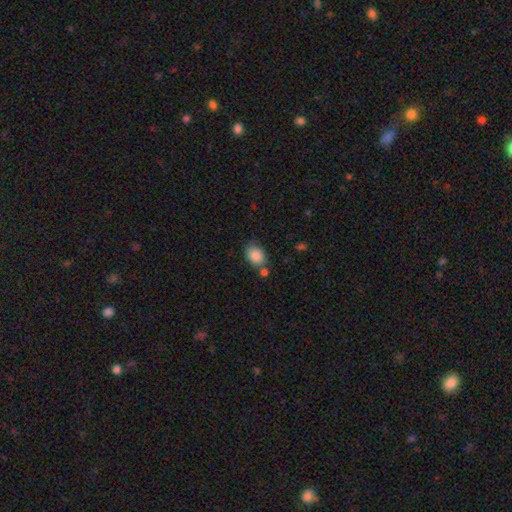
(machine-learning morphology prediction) This is clearly a smooth galaxy (86%). How rounded: likely in between (68%). Merging: likely none (61%).